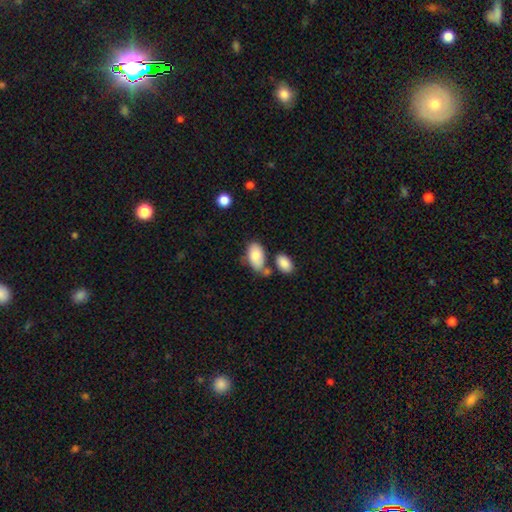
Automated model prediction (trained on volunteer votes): smooth-or-featured: smooth: 81% | featured or disk: 13% | star or artifact: 6%
  how-rounded: in between: 94% | round: 4% | cigar-shaped: 2%
  merging: none: 47% | merger: 25% | minor disturbance: 20% | major disturbance: 7%